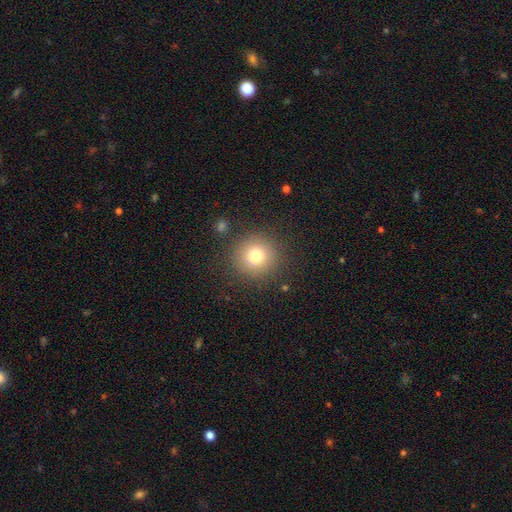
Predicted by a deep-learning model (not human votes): Morphology: type=smooth (76%); roundness=round (94%); merging=none (87%).